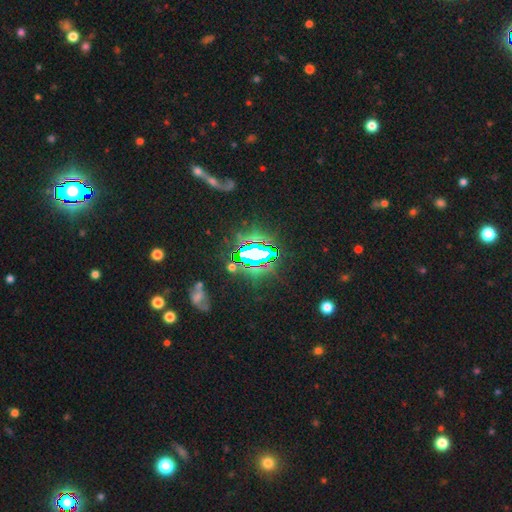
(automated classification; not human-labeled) smooth_or_featured: star or artifact (p=0.75) [alt: smooth p=0.14]